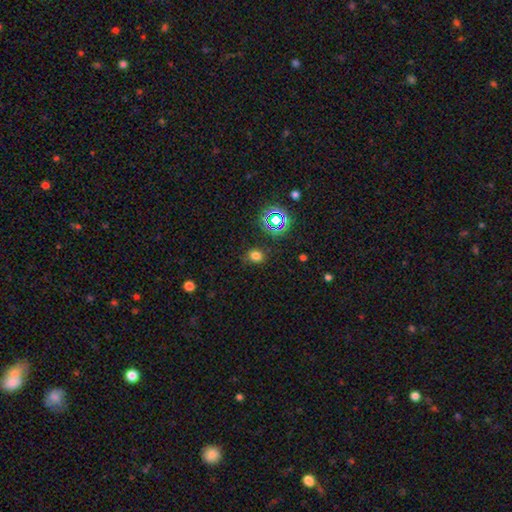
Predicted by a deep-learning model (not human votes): Smooth or featured: smooth — 73% (star or artifact — 22%)
How rounded: round — 67% (in between — 32%)
Merging: none — 82% (minor disturbance — 12%)